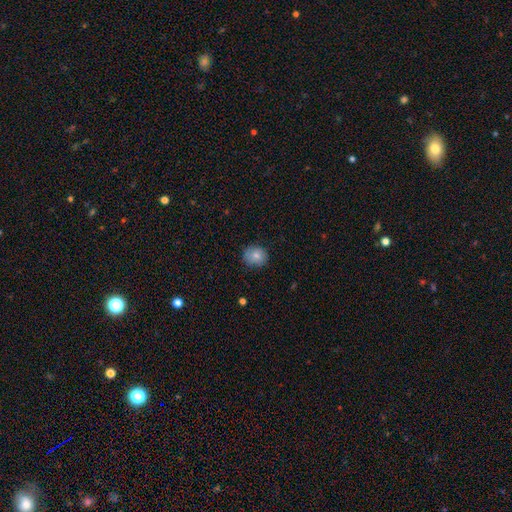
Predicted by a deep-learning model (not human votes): Morphology: type=smooth (81%); roundness=round (75%); merging=none (76%).